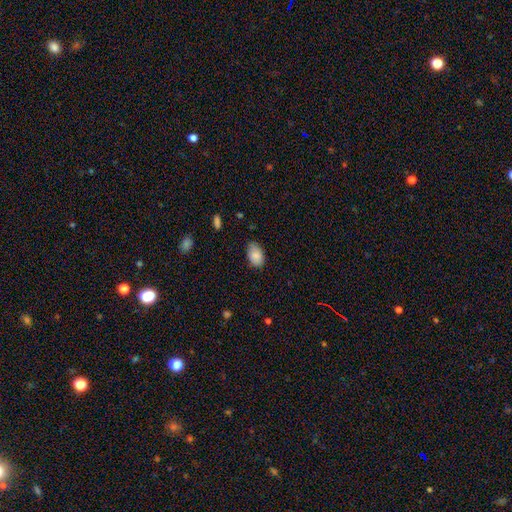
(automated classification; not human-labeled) smooth_or_featured: smooth (p=0.86) [alt: star or artifact p=0.07]
how_rounded: in between (p=0.90) [alt: round p=0.09]
merging: none (p=0.72) [alt: minor disturbance p=0.23]